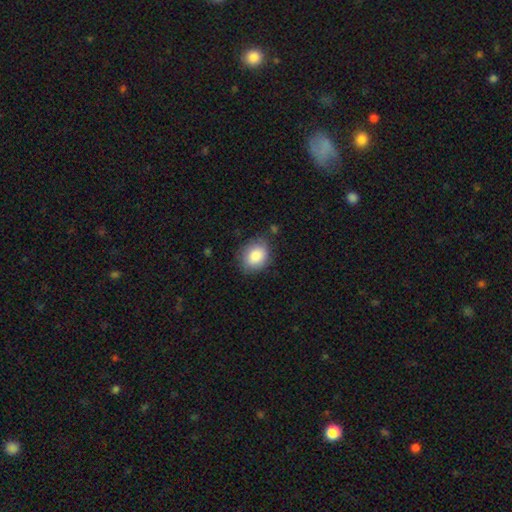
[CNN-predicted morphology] Q: Smooth or featured?
A: smooth (86%); runner-up: featured or disk (7%)
Q: How rounded?
A: in between (58%); runner-up: round (41%)
Q: Merging?
A: none (76%); runner-up: minor disturbance (18%)